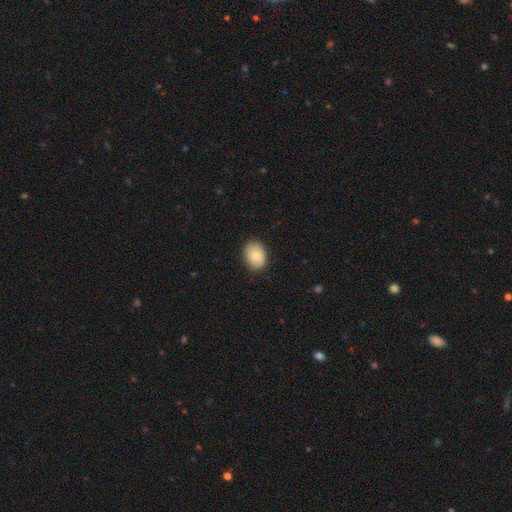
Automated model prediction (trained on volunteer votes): Smooth or featured? smooth (83%)
How rounded? in between (65%)
Merging? none (84%)